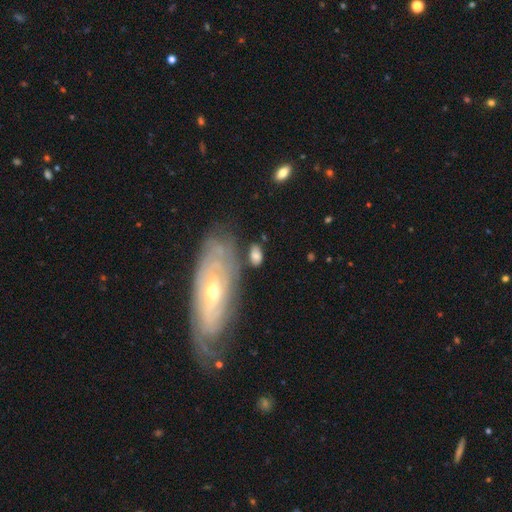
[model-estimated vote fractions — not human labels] smooth_or_featured: smooth (p=0.65) [alt: featured or disk p=0.27]
how_rounded: in between (p=0.86) [alt: round p=0.09]
merging: none (p=0.63) [alt: minor disturbance p=0.18]